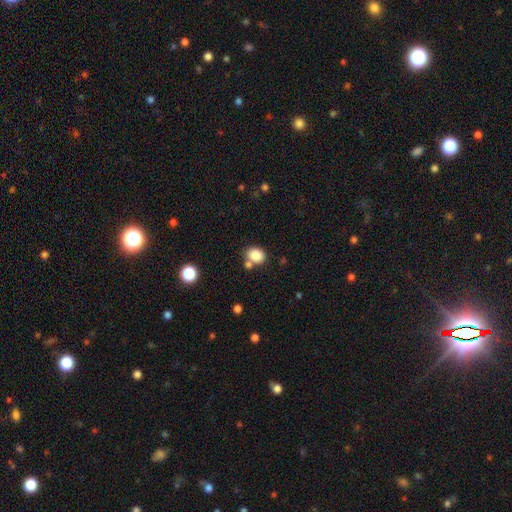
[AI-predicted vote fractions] smooth 85%, star or artifact 9%, featured or disk 5%. Down the decision tree: how rounded — in between (51%); merging — none (62%).